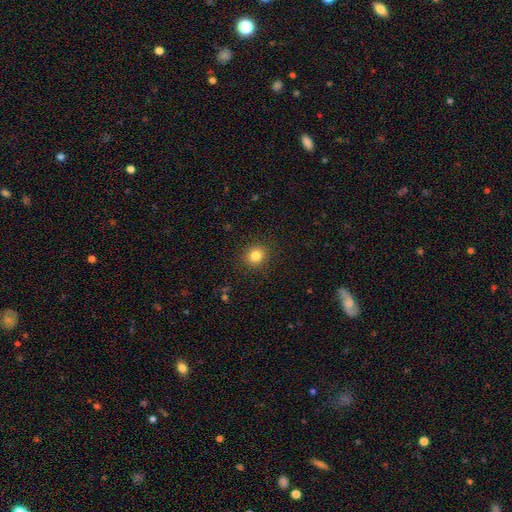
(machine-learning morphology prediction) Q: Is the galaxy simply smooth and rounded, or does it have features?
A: smooth — 83%.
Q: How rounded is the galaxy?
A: round — 85%.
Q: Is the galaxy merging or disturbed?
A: none — 90%.